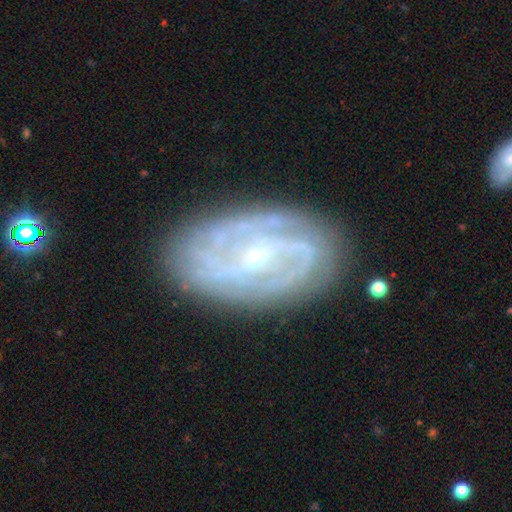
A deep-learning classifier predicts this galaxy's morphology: type=featured or disk (86%); edge-on=no (96%); bar=weak (43%); spiral arms=yes (94%); winding=tight (54%); arm count=2 (40%); bulge=small (72%); merging=none (79%).